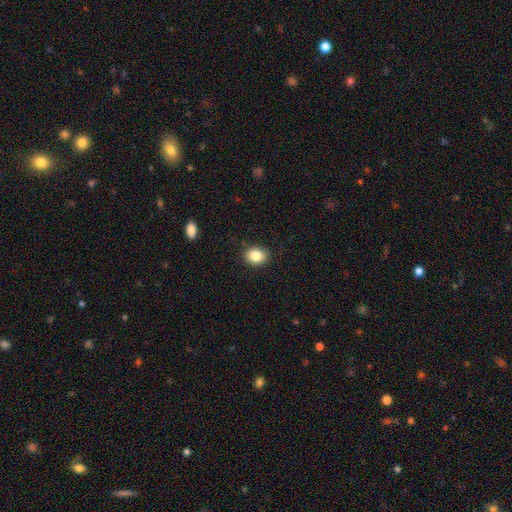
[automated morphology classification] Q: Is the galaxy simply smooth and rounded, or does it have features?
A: smooth — 84%.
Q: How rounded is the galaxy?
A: round — 52%.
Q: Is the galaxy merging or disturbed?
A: none — 88%.